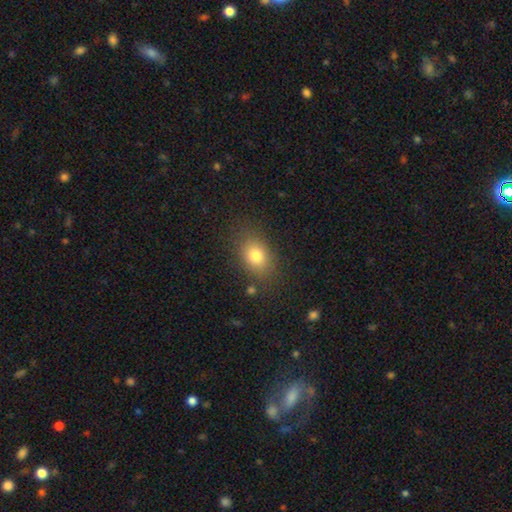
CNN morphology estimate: smooth 79%, star or artifact 11%, featured or disk 10%. Down the decision tree: how rounded — in between (70%); merging — none (80%).